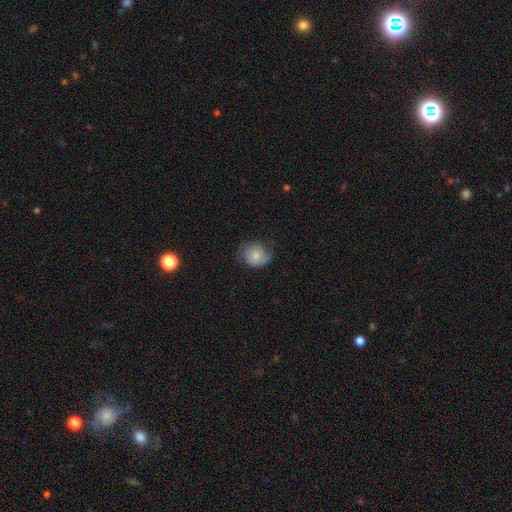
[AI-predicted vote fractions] A smooth galaxy with no disk features (62%) that is round (74%). Merging: none (57%).